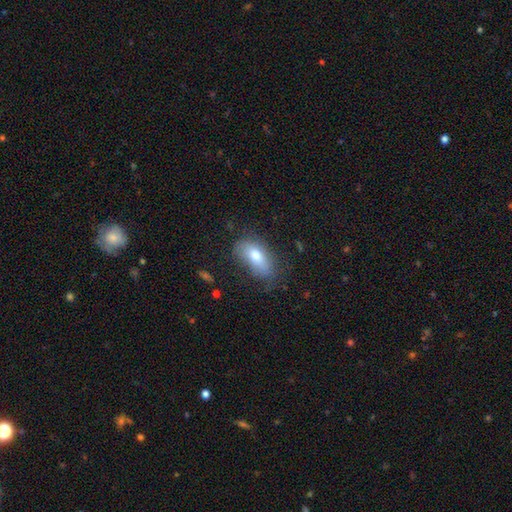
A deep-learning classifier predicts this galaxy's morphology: A smooth galaxy with no disk features (74%) that is in between round and cigar-shaped (90%). Merging: none (58%).